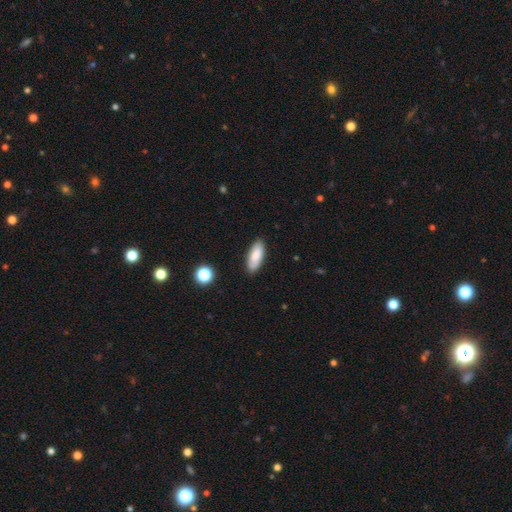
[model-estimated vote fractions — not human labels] Overall: smooth (84%). How rounded: in between (75%). Merging: none (86%).